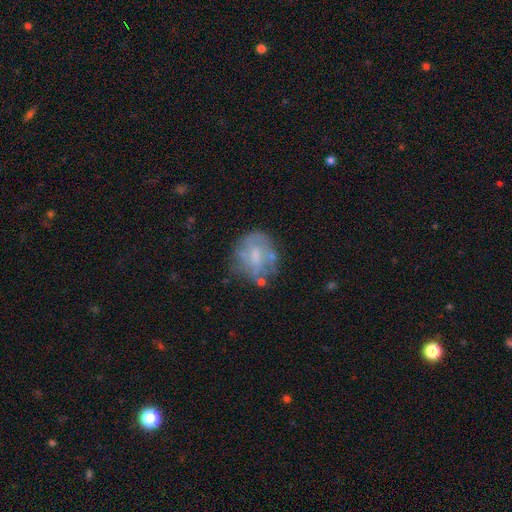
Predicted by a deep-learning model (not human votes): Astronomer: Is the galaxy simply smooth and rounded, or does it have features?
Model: featured or disk — 52% (runner-up: smooth, 39%).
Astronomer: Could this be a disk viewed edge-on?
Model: no — 97%.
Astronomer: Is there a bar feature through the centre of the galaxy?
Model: no — 55% (runner-up: weak, 37%).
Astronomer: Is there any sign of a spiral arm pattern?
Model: no — 62% (runner-up: yes, 38%).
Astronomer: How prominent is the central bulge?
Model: moderate — 36% (runner-up: small, 35%).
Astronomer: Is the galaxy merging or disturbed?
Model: none — 56%.